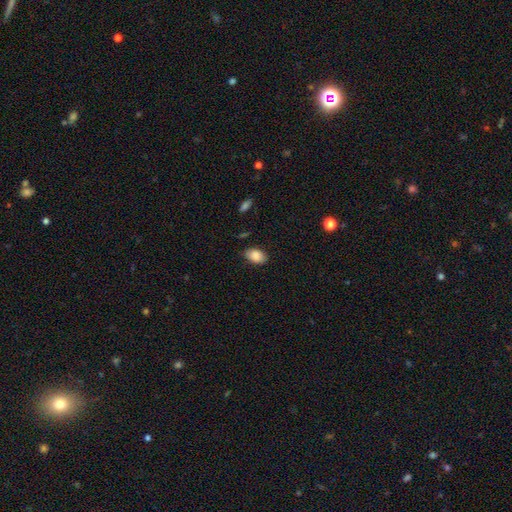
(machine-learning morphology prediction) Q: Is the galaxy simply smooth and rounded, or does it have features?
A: smooth — 87%.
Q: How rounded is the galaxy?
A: in between — 90%.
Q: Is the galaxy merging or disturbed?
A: none — 82%.